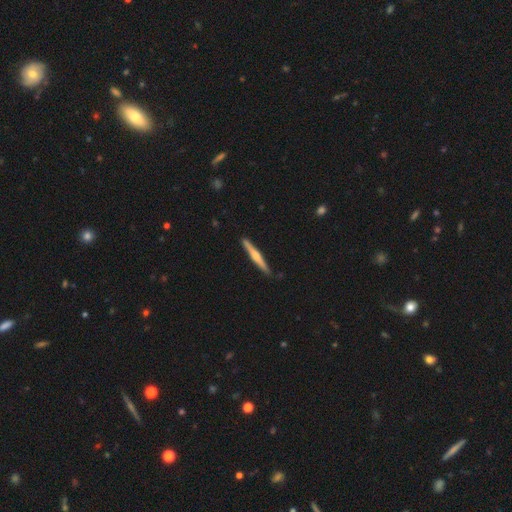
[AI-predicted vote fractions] smooth-or-featured: featured or disk: 57% | smooth: 38% | star or artifact: 5%
  disk-edge-on: yes: 98% | no: 2%
    edge-on-bulge: rounded: 75% | none: 16% | boxy: 9%
  merging: none: 89% | minor disturbance: 9% | merger: 1% | major disturbance: 1%